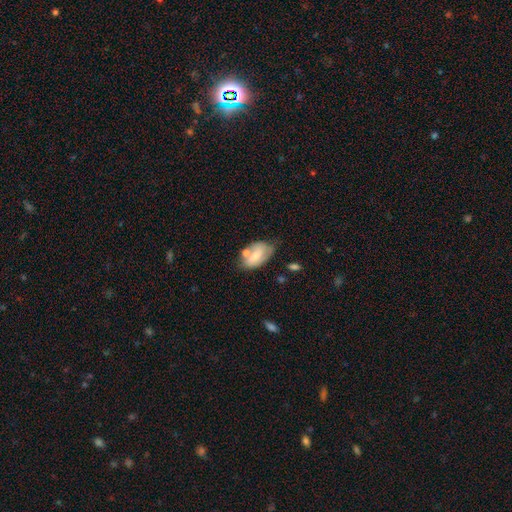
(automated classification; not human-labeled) Smooth or featured: smooth — 57% (featured or disk — 36%)
How rounded: in between — 90% (round — 8%)
Merging: none — 48% (minor disturbance — 25%)